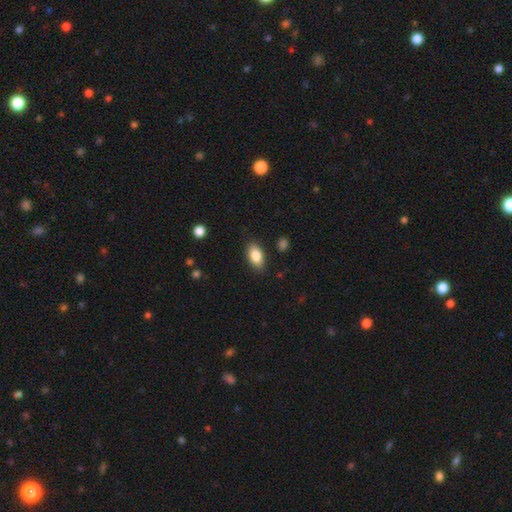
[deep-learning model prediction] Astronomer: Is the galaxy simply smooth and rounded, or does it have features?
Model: smooth — 84%.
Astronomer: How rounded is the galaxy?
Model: in between — 89%.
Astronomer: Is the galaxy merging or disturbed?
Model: none — 86%.